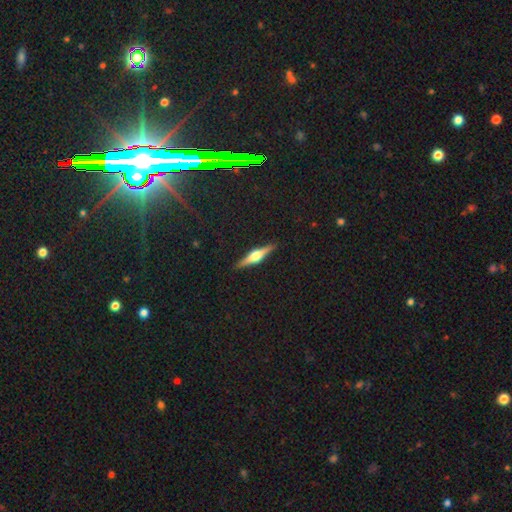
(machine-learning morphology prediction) smooth-or-featured: featured or disk: 75% | smooth: 19% | star or artifact: 6%
  disk-edge-on: yes: 98% | no: 2%
    edge-on-bulge: rounded: 93% | boxy: 5% | none: 2%
  merging: none: 91% | minor disturbance: 6% | major disturbance: 1% | merger: 1%